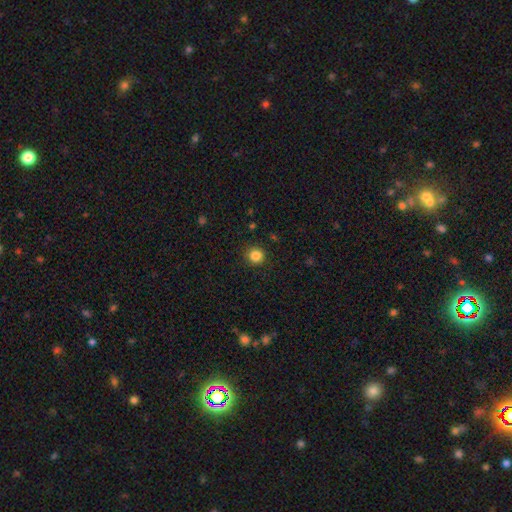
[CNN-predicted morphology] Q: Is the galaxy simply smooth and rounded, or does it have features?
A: smooth — 85%.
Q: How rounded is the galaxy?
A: round — 90%.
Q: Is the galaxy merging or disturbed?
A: none — 90%.